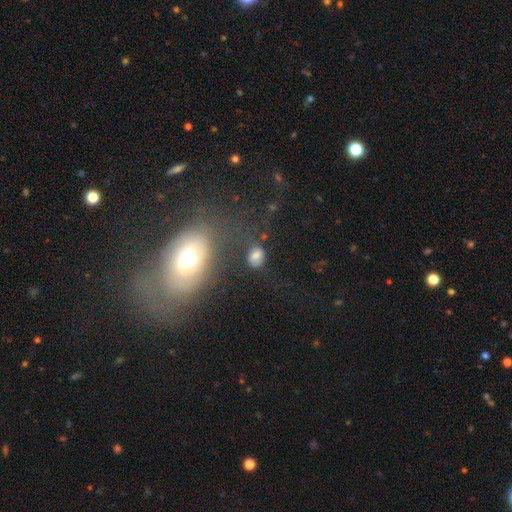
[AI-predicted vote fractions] Q: Smooth or featured?
A: smooth (74%); runner-up: star or artifact (15%)
Q: How rounded?
A: in between (55%); runner-up: round (43%)
Q: Merging?
A: none (63%); runner-up: minor disturbance (20%)